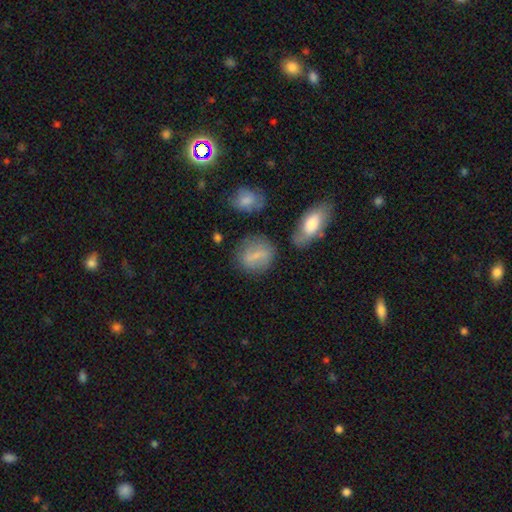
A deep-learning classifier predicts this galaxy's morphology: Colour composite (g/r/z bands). It shows a smooth galaxy with no disk features (65%) that is round (55%). Merging: none (70%).